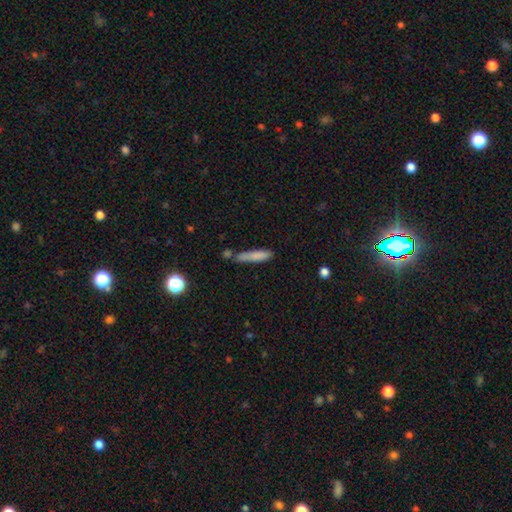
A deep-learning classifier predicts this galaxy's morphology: Smooth or featured? Predicted: smooth (p=0.78). How rounded? Predicted: cigar-shaped (p=0.85). Merging? Predicted: none (p=0.59).